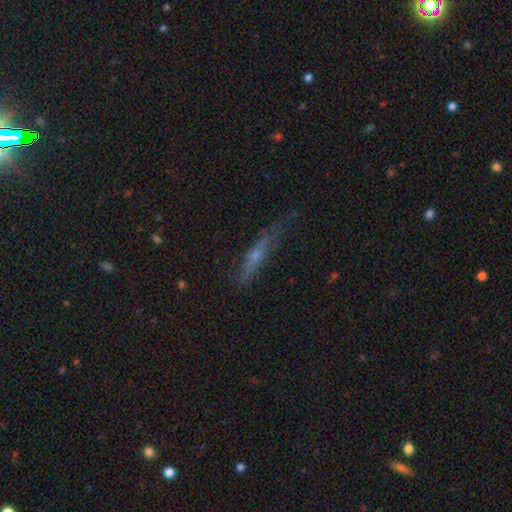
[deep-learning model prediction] Smooth or featured?
  - featured or disk: 56% *
  - smooth: 32%
  - star or artifact: 12%
Edge-on disk?
  - yes: 83% *
  - no: 17%
Merging?
  - none: 62% *
  - minor disturbance: 26%
  - major disturbance: 10%
  - merger: 2%